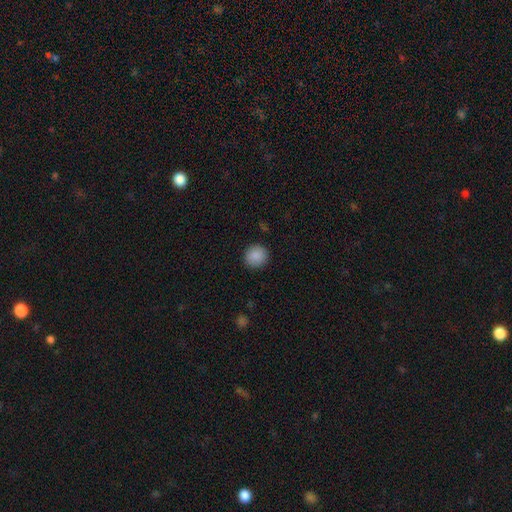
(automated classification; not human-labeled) Smooth or featured: smooth — 89% (star or artifact — 8%)
How rounded: round — 91% (in between — 8%)
Merging: none — 91% (minor disturbance — 6%)